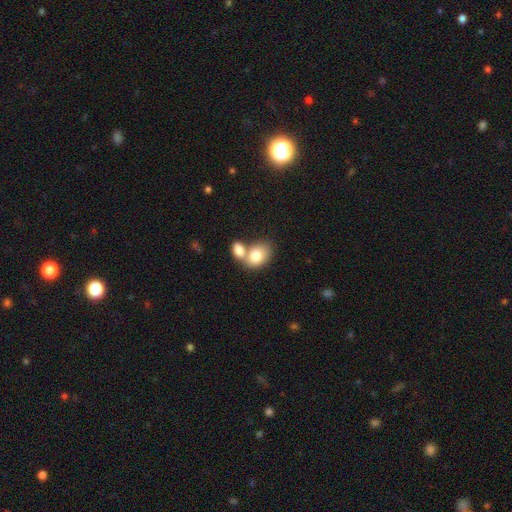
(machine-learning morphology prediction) Overall: smooth (78%). How rounded: in between (71%). Merging: merger (61%; none 27%).